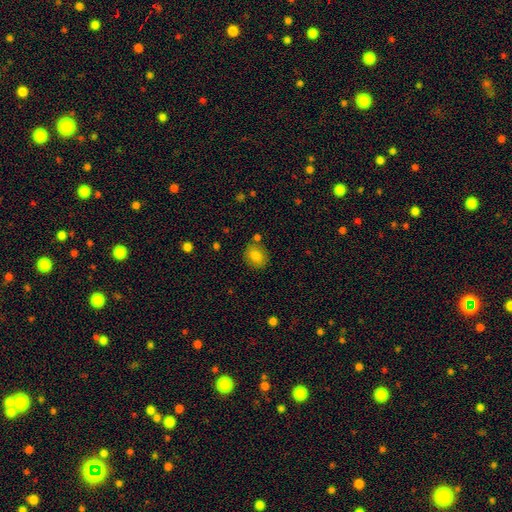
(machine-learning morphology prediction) Overall: smooth (84%). How rounded: round (50%; in between 49%). Merging: none (75%).